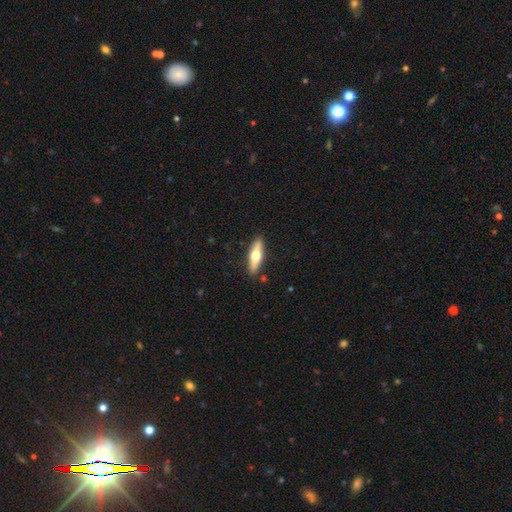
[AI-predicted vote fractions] Smooth or featured? smooth (51%)
How rounded? cigar-shaped (61%)
Merging? none (88%)